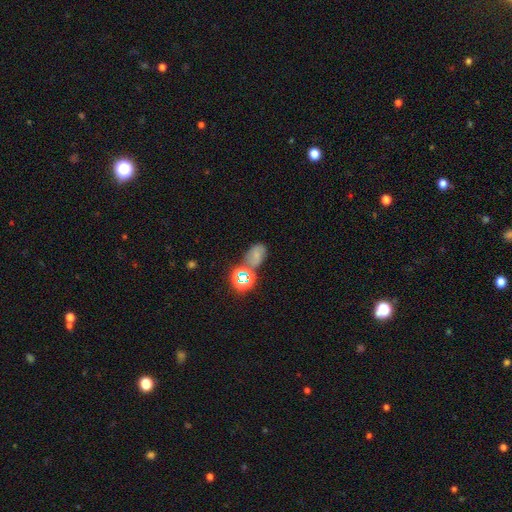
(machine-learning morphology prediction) Smooth or featured: smooth — 51% (star or artifact — 32%)
How rounded: in between — 76% (round — 22%)
Merging: none — 52% (merger — 21%)